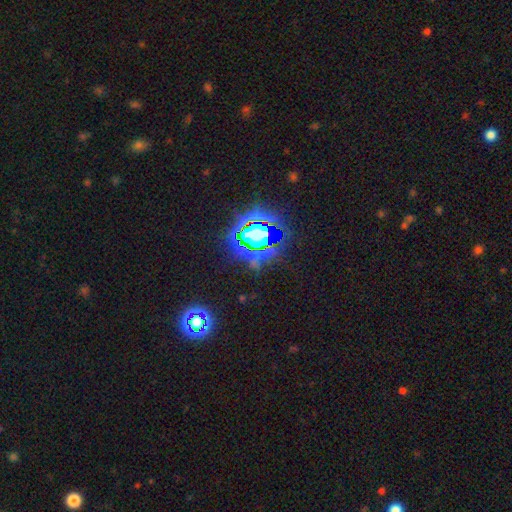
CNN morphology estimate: smooth_or_featured: star or artifact (p=0.69) [alt: smooth p=0.17]